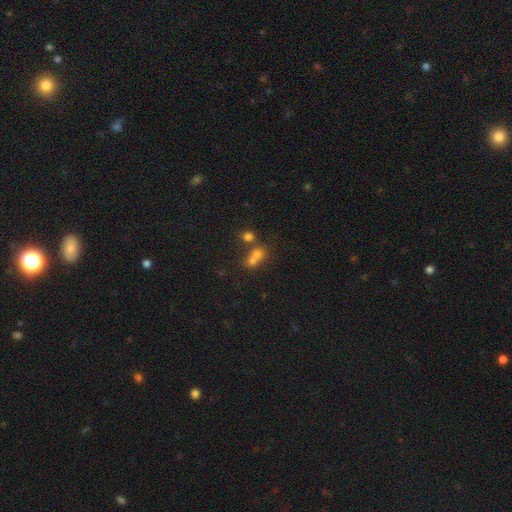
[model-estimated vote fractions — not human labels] smooth-or-featured: smooth: 62% | star or artifact: 22% | featured or disk: 16%
  how-rounded: round: 70% | in between: 28% | cigar-shaped: 2%
  merging: merger: 58% | none: 32% | minor disturbance: 6% | major disturbance: 3%